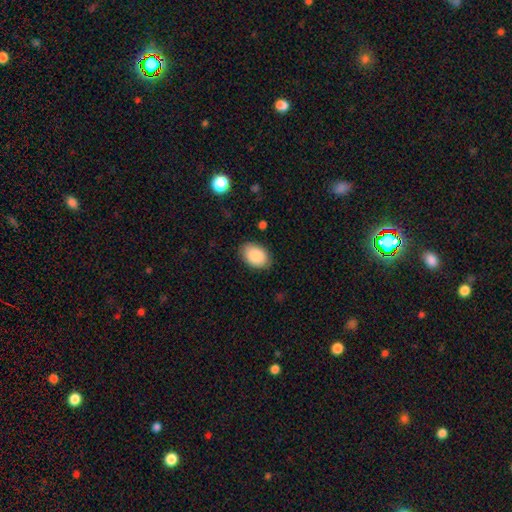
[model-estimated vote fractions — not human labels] Smooth or featured: smooth — 88% (star or artifact — 6%)
How rounded: in between — 85% (round — 14%)
Merging: none — 85% (minor disturbance — 12%)